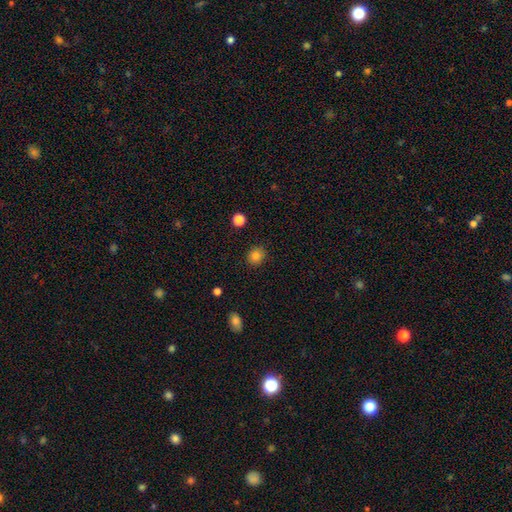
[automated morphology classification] A smooth galaxy with no disk features (84%) that is round (78%). Merging: none (90%).